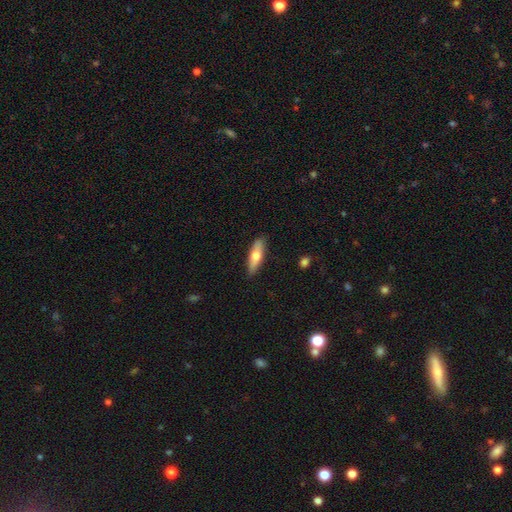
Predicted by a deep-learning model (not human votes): This is likely a smooth galaxy (61%). How rounded: possibly cigar-shaped (56%). Merging: clearly none (86%).